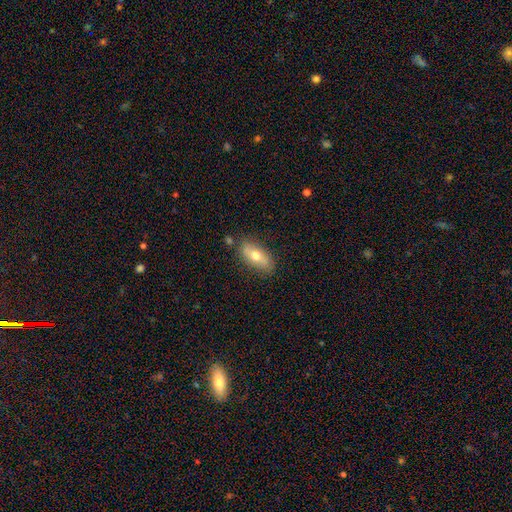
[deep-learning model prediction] This is likely a smooth galaxy (63%). How rounded: likely in between (80%). Merging: likely none (80%).